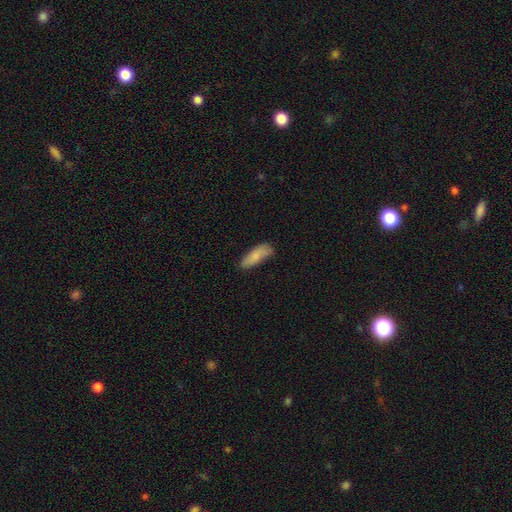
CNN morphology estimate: Smooth or featured? Predicted: smooth (p=0.82). How rounded? Predicted: in between (p=0.55). Merging? Predicted: none (p=0.70).